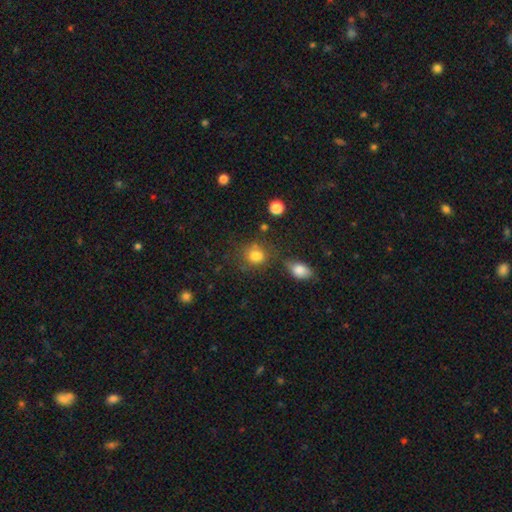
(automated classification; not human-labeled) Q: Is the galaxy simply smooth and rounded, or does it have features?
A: smooth — 80%.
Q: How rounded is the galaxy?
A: round — 64%.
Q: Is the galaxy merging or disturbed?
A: none — 61%.